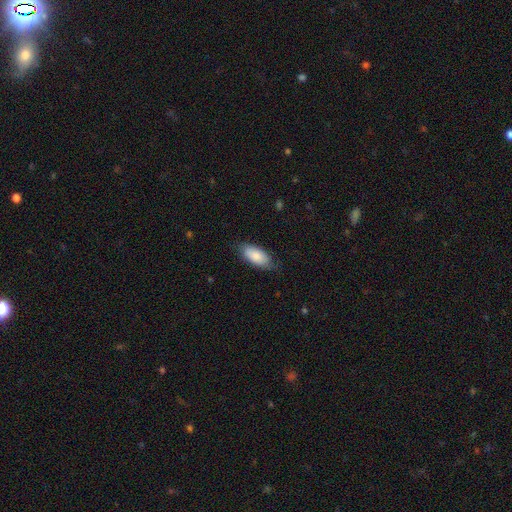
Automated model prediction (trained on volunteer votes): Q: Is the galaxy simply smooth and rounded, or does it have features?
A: smooth — 84%.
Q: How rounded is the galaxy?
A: in between — 89%.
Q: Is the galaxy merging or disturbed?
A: none — 74%.